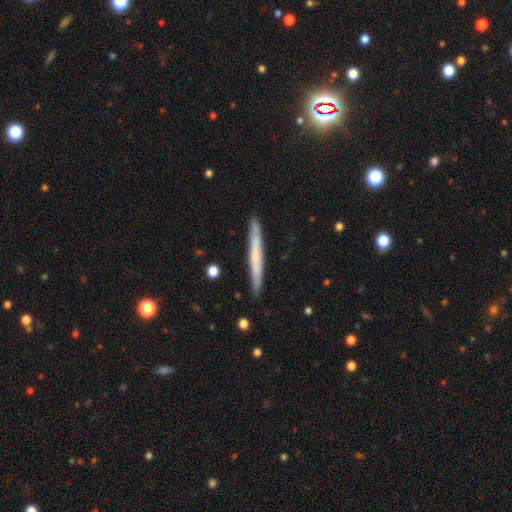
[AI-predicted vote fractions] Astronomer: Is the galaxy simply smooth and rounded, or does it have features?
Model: smooth — 51% (runner-up: featured or disk, 42%).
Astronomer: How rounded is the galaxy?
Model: cigar-shaped — 97%.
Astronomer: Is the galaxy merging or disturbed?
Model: none — 90%.